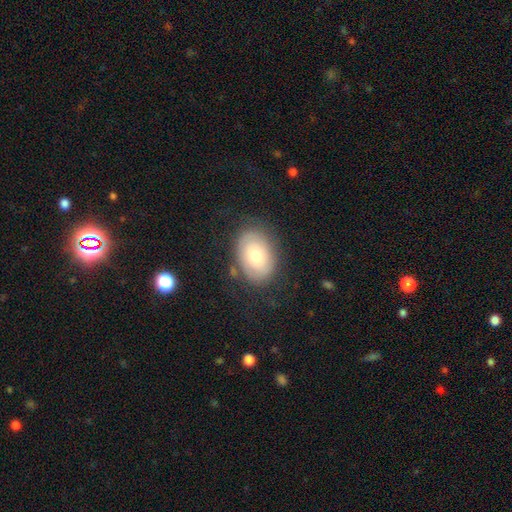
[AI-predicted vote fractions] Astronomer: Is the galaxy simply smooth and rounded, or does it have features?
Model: smooth — 65%.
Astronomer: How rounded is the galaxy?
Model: in between — 79%.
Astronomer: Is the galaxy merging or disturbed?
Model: none — 77%.